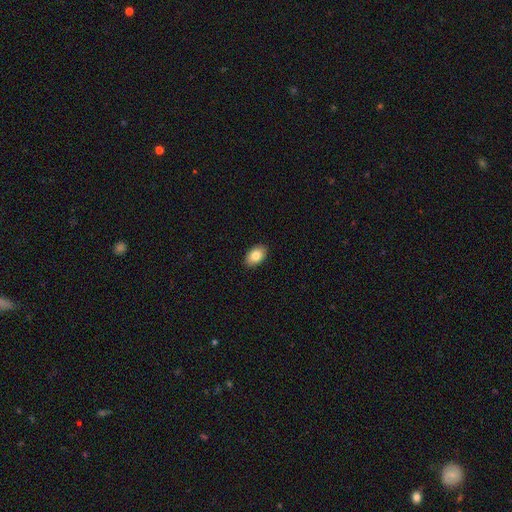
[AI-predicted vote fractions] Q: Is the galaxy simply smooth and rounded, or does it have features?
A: smooth — 83%.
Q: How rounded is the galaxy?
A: in between — 87%.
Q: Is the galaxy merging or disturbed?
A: none — 90%.